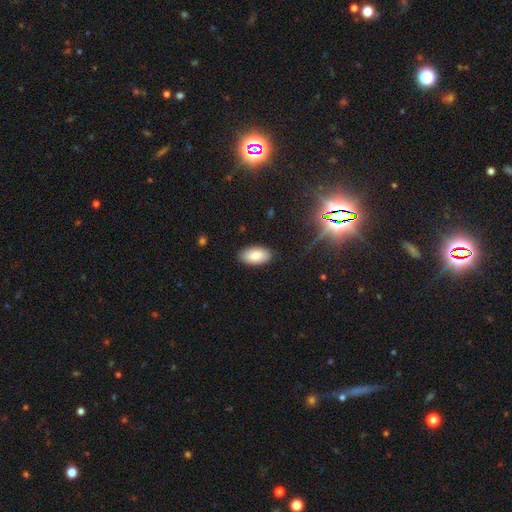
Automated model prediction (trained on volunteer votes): Smooth or featured?
  - smooth: 81% *
  - featured or disk: 10%
  - star or artifact: 8%
How rounded?
  - in between: 95% *
  - round: 3%
  - cigar-shaped: 2%
Merging?
  - none: 87% *
  - minor disturbance: 9%
  - major disturbance: 2%
  - merger: 1%